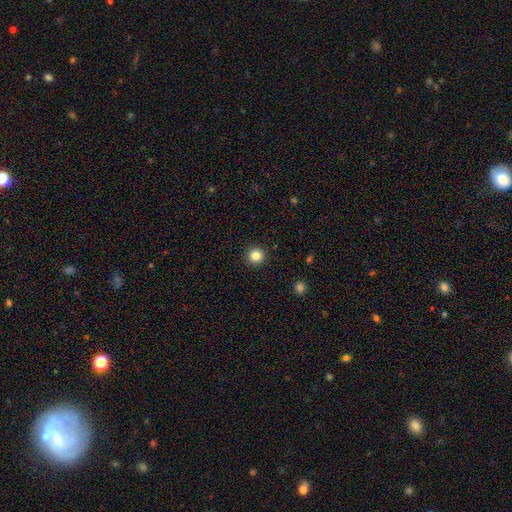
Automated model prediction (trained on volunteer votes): A smooth galaxy with no disk features (84%) that is round (96%). Merging: none (93%).